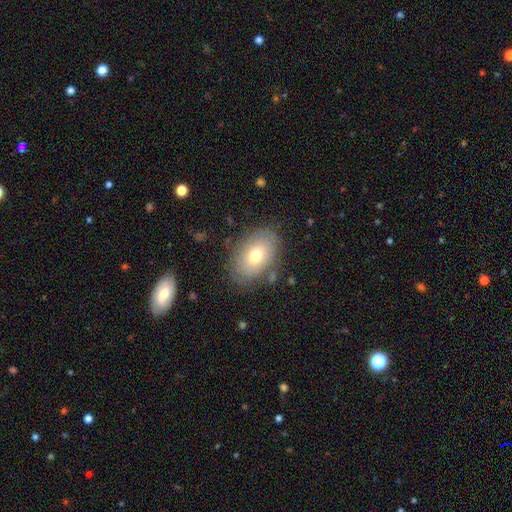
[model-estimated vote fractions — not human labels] This appears to be a smooth galaxy with no disk features (69%) that is in between round and cigar-shaped (86%). Merging: none (80%).